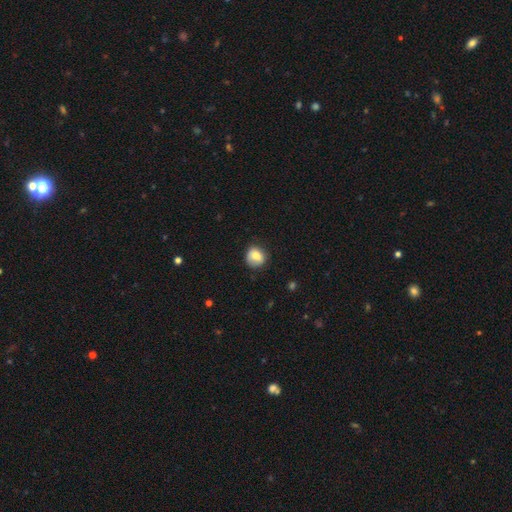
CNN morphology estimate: This is likely a smooth galaxy (76%). How rounded: likely round (76%). Merging: likely none (70%).